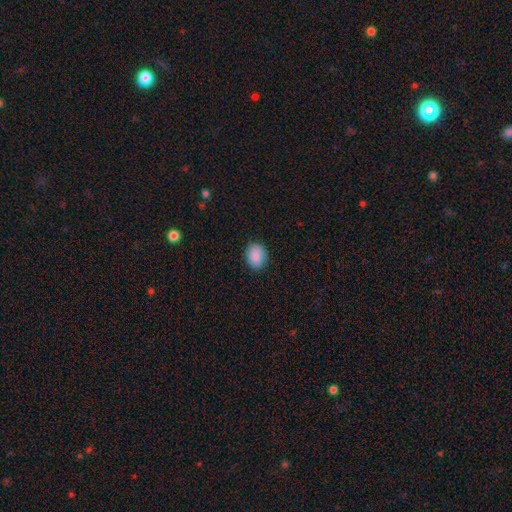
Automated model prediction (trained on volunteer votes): smooth_or_featured: smooth (p=0.88) [alt: star or artifact p=0.07]
how_rounded: in between (p=0.51) [alt: round p=0.48]
merging: none (p=0.87) [alt: minor disturbance p=0.10]